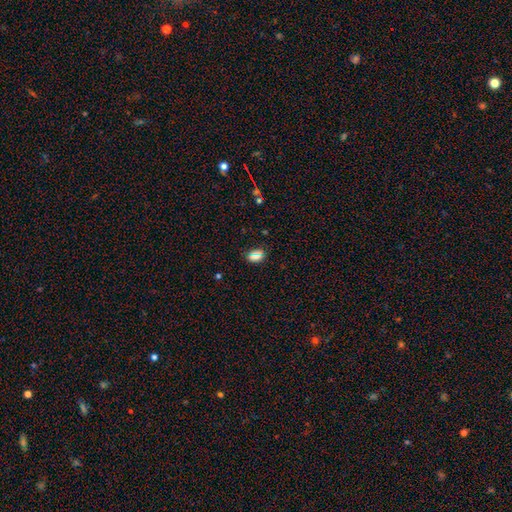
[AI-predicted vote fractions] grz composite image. It shows a smooth galaxy with no disk features (72%) that is in between round and cigar-shaped (72%). Merging: none (80%).